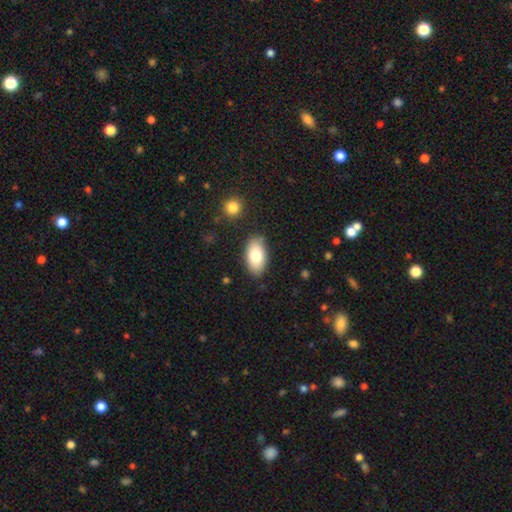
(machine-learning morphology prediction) A smooth galaxy with no disk features (79%) that is in between round and cigar-shaped (94%).

Vote fractions:
- Smooth or featured? smooth: 79% / featured or disk: 14% / star or artifact: 7%
- How rounded? in between: 94% / round: 4% / cigar-shaped: 2%
- Merging? none: 83% / minor disturbance: 12% / major disturbance: 3% / merger: 2%